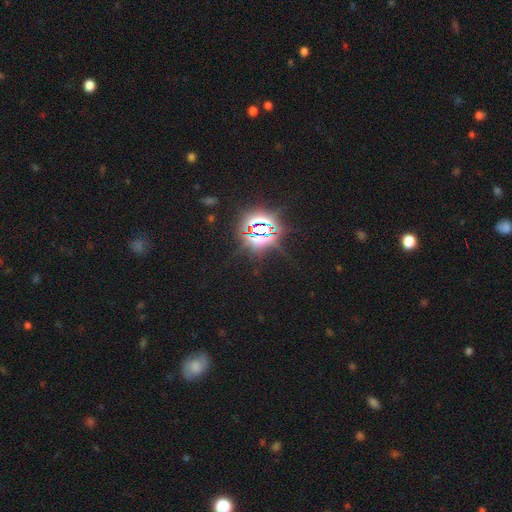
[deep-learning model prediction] The model was most divided on "smooth or featured": star or artifact: 82%, smooth: 11%, featured or disk: 8%.